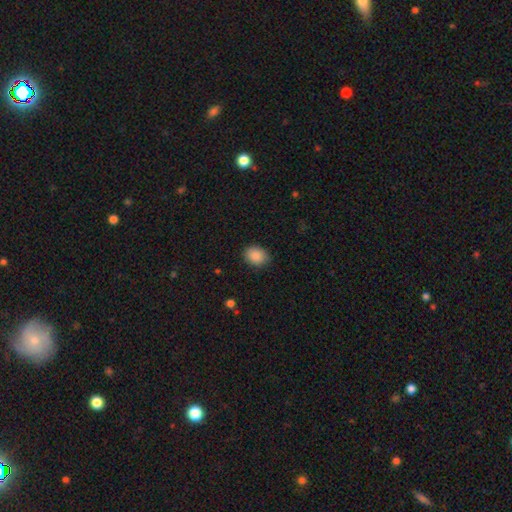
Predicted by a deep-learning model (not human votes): Smooth or featured? Predicted: smooth (p=0.89). How rounded? Predicted: in between (p=0.58). Merging? Predicted: none (p=0.86).